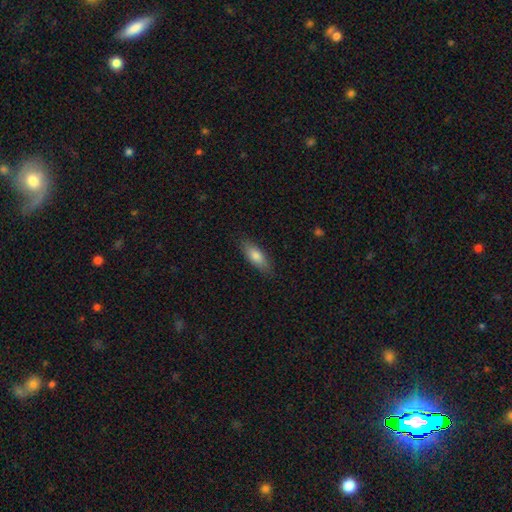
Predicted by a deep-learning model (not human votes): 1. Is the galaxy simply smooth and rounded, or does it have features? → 78% smooth, 16% featured or disk, 6% star or artifact.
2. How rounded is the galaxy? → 67% in between, 30% cigar-shaped, 2% round.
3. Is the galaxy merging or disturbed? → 86% none, 11% minor disturbance, 2% major disturbance, 1% merger.